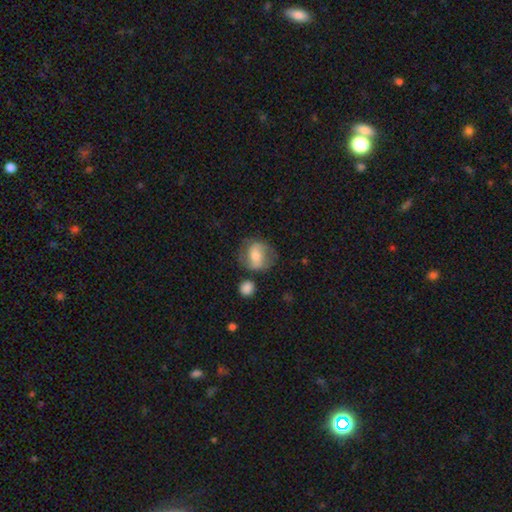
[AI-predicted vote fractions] smooth_or_featured: smooth (p=0.47) [alt: featured or disk p=0.45]
merging: none (p=0.68) [alt: minor disturbance p=0.19]